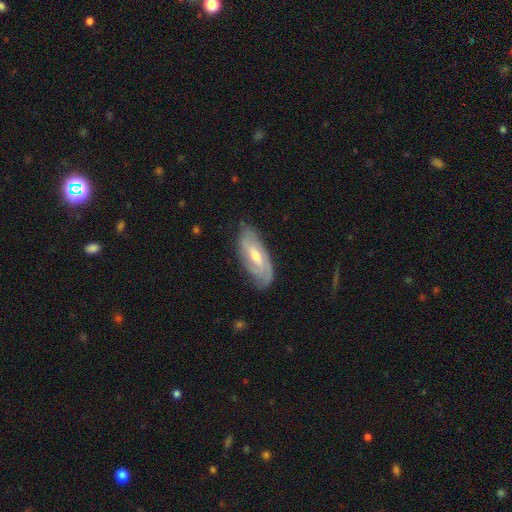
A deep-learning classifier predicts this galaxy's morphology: Overall: featured or disk (74%). Edge-on disk: no (89%). Bar: weak (48%; no 29%). Spiral arms: yes (89%). Spiral arm count: 2 (50%; can't tell 29%). Spiral winding: tight (51%; medium 35%). Bulge size: moderate (58%; small 37%). Merging: none (76%).